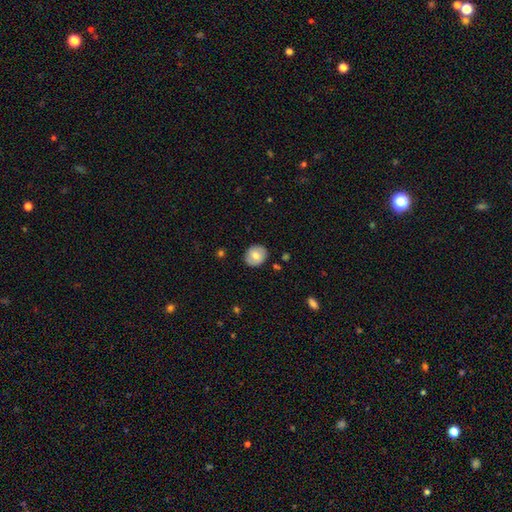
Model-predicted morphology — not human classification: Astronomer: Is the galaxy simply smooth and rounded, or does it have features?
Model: smooth — 72%.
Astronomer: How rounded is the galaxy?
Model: round — 71%.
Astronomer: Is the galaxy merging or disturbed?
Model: none — 86%.